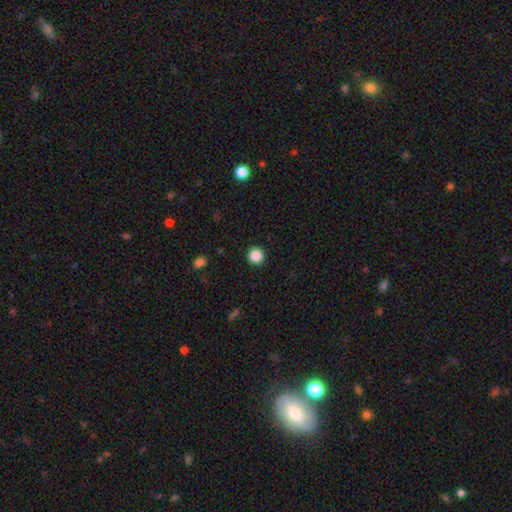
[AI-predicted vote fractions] The model was most divided on "smooth or featured": smooth: 87%, star or artifact: 10%, featured or disk: 3%. More confident: how rounded — round (95%); merging — none (93%).